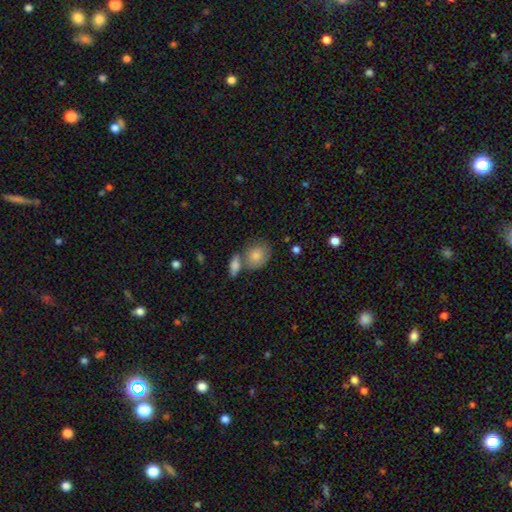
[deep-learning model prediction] Smooth or featured: smooth — 73% (featured or disk — 18%)
How rounded: round — 51% (in between — 47%)
Merging: none — 52% (merger — 30%)